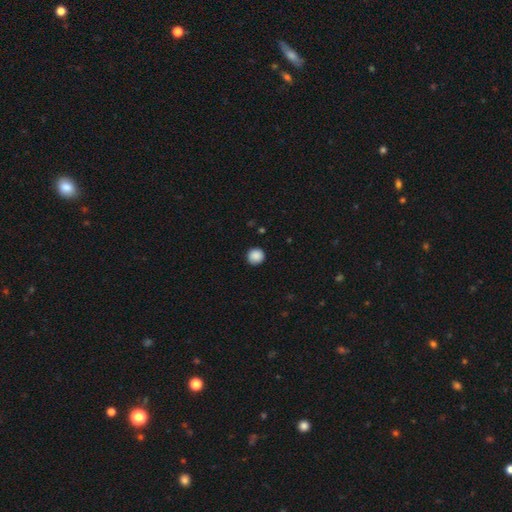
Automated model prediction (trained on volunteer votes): Overall: smooth (88%). How rounded: round (94%). Merging: none (90%).